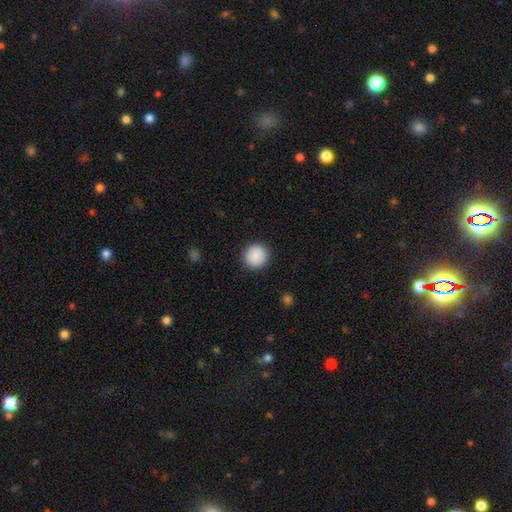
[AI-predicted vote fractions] Smooth or featured?
  - smooth: 89% *
  - star or artifact: 8%
  - featured or disk: 4%
How rounded?
  - round: 94% *
  - in between: 5%
  - cigar-shaped: 1%
Merging?
  - none: 92% *
  - minor disturbance: 5%
  - major disturbance: 2%
  - merger: 1%